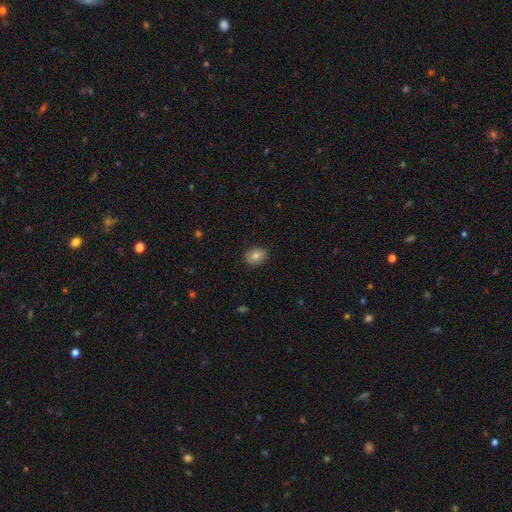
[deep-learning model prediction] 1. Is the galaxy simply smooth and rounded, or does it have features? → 80% smooth, 10% featured or disk, 9% star or artifact.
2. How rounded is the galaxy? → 60% in between, 39% round, 1% cigar-shaped.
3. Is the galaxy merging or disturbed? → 89% none, 8% minor disturbance, 2% major disturbance, 1% merger.